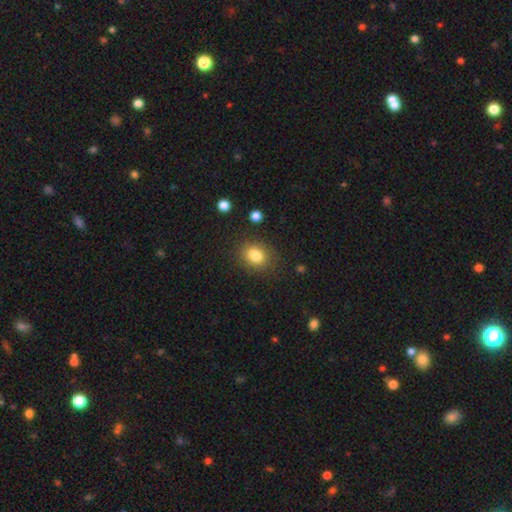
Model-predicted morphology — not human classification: This is clearly a smooth galaxy (82%). How rounded: possibly in between (54%). Merging: likely none (80%).